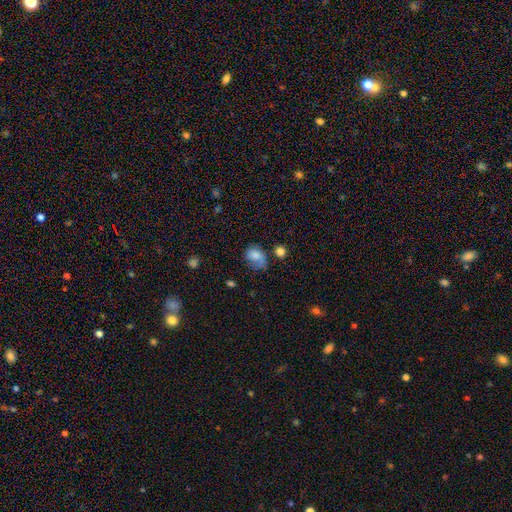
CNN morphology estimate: smooth_or_featured: smooth (p=0.75) [alt: featured or disk p=0.15]
how_rounded: in between (p=0.59) [alt: round p=0.40]
merging: none (p=0.41) [alt: minor disturbance p=0.33]